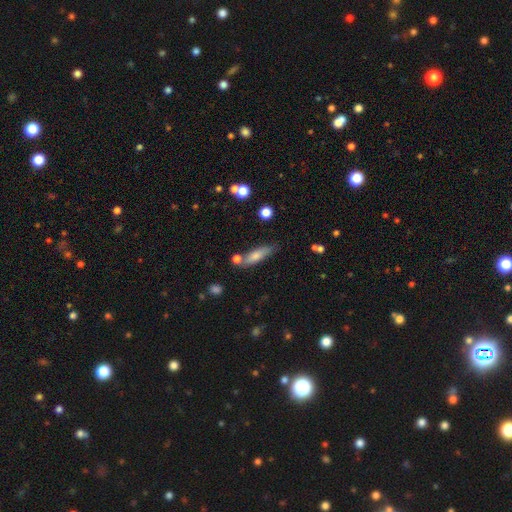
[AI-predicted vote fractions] smooth_or_featured: smooth (p=0.73) [alt: featured or disk p=0.20]
how_rounded: cigar-shaped (p=0.61) [alt: in between p=0.36]
merging: none (p=0.66) [alt: minor disturbance p=0.17]